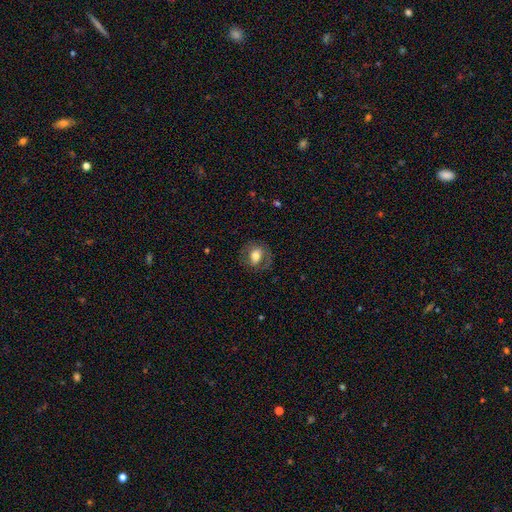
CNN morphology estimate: Smooth or featured: smooth — 56% (featured or disk — 36%)
How rounded: in between — 56% (round — 43%)
Merging: none — 73% (minor disturbance — 16%)